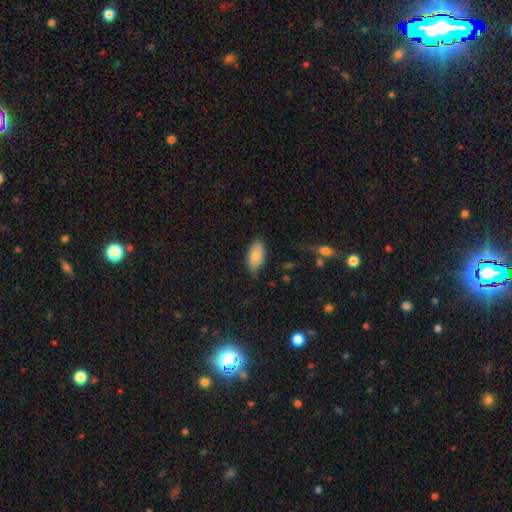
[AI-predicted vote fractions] smooth_or_featured: smooth (p=0.82) [alt: featured or disk p=0.12]
how_rounded: in between (p=0.93) [alt: cigar-shaped p=0.04]
merging: none (p=0.78) [alt: minor disturbance p=0.17]